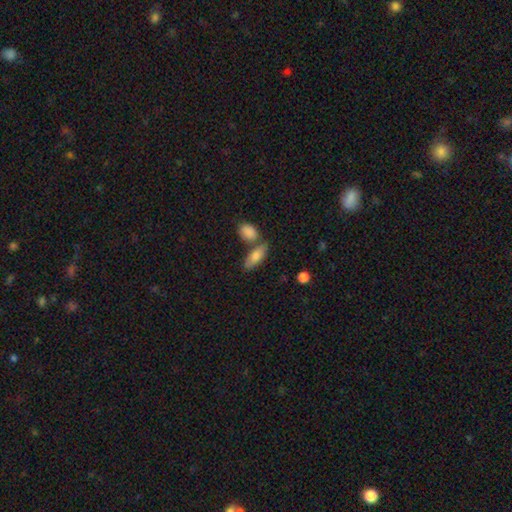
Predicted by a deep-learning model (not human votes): Smooth or featured?
  - smooth: 77% *
  - featured or disk: 17%
  - star or artifact: 6%
How rounded?
  - in between: 78% *
  - cigar-shaped: 18%
  - round: 4%
Merging?
  - none: 60% *
  - merger: 23%
  - minor disturbance: 13%
  - major disturbance: 4%